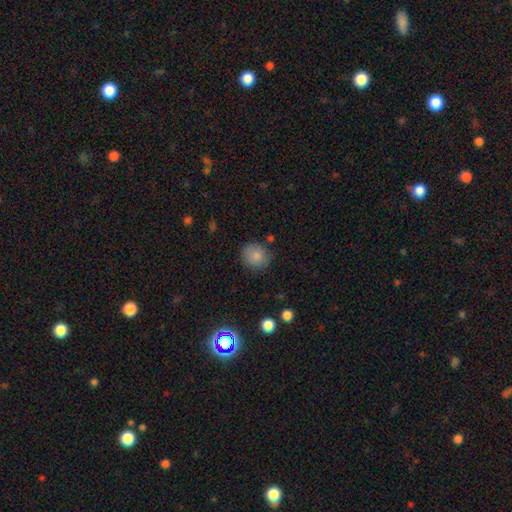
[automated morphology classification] smooth-or-featured: smooth: 84% | star or artifact: 9% | featured or disk: 7%
  how-rounded: round: 82% | in between: 17% | cigar-shaped: 1%
  merging: none: 81% | minor disturbance: 13% | major disturbance: 3% | merger: 3%